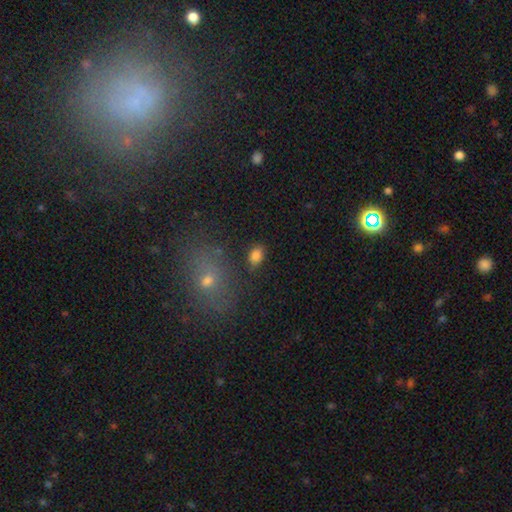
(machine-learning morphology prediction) Q: Smooth or featured?
A: smooth (84%); runner-up: star or artifact (10%)
Q: How rounded?
A: in between (81%); runner-up: round (18%)
Q: Merging?
A: none (82%); runner-up: minor disturbance (12%)